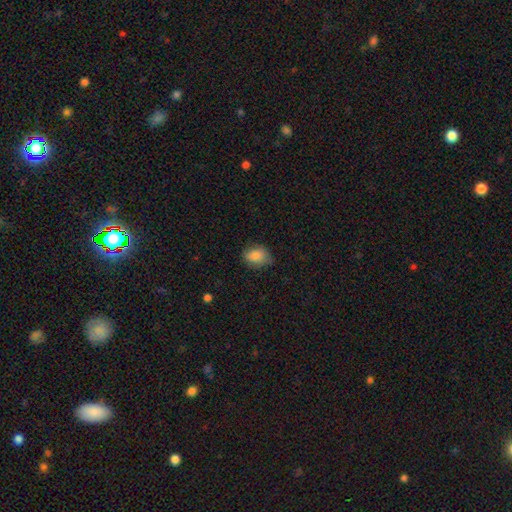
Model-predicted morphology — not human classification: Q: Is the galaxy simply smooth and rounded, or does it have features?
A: smooth — 85%.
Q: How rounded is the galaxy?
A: in between — 64%.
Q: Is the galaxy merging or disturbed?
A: none — 74%.